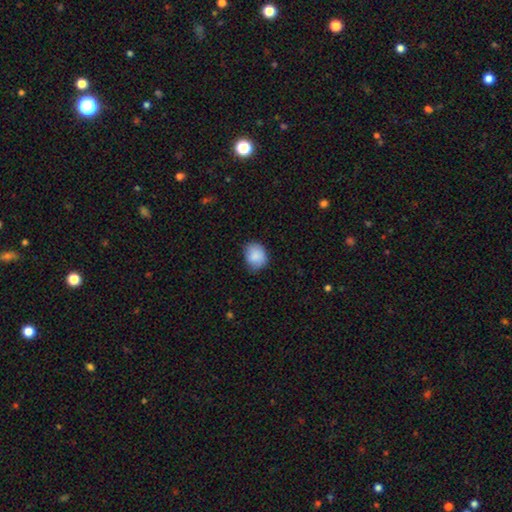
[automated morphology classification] Q: Smooth or featured?
A: smooth (87%); runner-up: star or artifact (7%)
Q: How rounded?
A: round (59%); runner-up: in between (41%)
Q: Merging?
A: none (72%); runner-up: minor disturbance (23%)